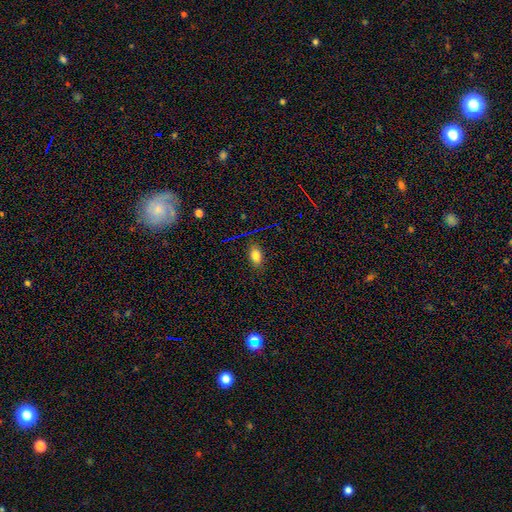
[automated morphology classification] Smooth or featured?
  - smooth: 79% *
  - star or artifact: 13%
  - featured or disk: 9%
How rounded?
  - in between: 87% *
  - round: 9%
  - cigar-shaped: 4%
Merging?
  - none: 82% *
  - minor disturbance: 13%
  - major disturbance: 4%
  - merger: 2%